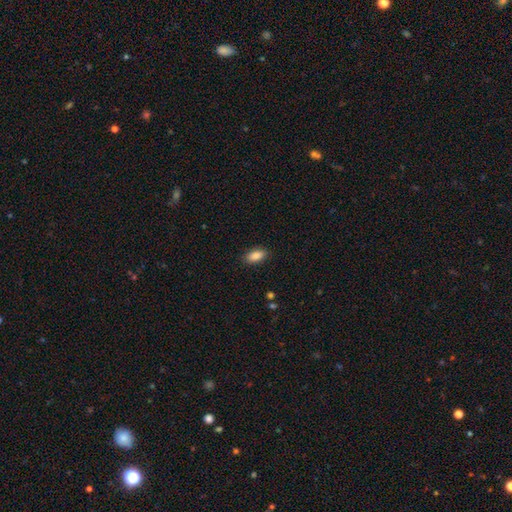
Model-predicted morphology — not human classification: A smooth galaxy with no disk features (88%) that is in between round and cigar-shaped (91%).

Vote fractions:
- Smooth or featured? smooth: 88% / star or artifact: 7% / featured or disk: 5%
- How rounded? in between: 91% / cigar-shaped: 6% / round: 3%
- Merging? none: 88% / minor disturbance: 9% / major disturbance: 2% / merger: 1%